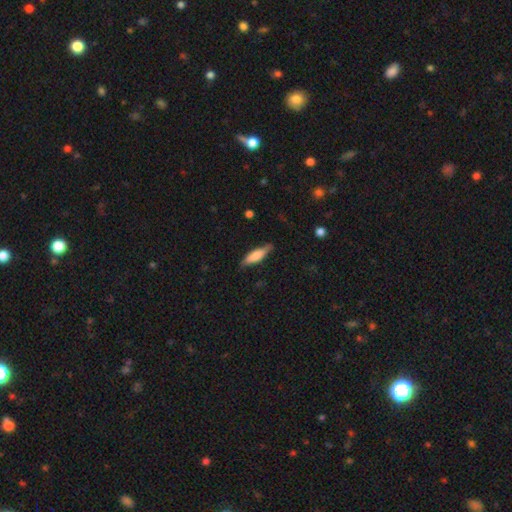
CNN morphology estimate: Overall: smooth (60%; featured or disk 34%). How rounded: cigar-shaped (63%; in between 35%). Merging: none (80%).